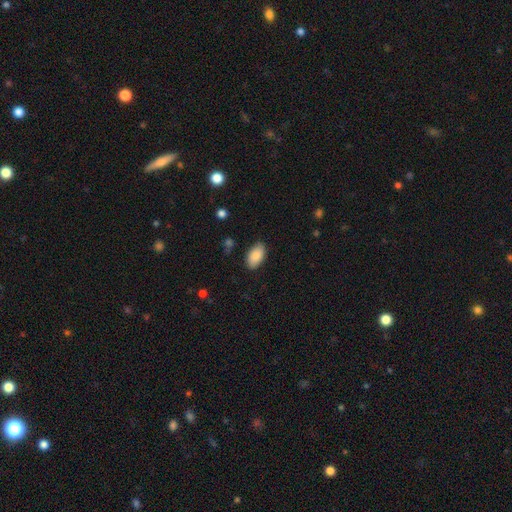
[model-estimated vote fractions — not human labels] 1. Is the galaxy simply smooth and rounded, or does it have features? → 88% smooth, 7% star or artifact, 5% featured or disk.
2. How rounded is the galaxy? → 94% in between, 4% round, 2% cigar-shaped.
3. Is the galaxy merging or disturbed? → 85% none, 11% minor disturbance, 3% major disturbance, 1% merger.